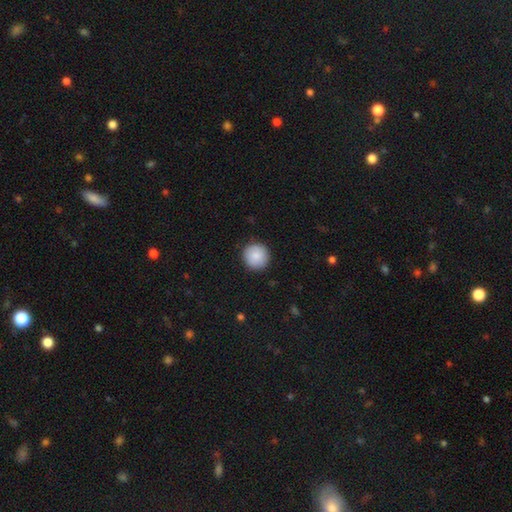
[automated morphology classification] A smooth galaxy with no disk features (87%) that is round (95%).

Vote fractions:
- Smooth or featured? smooth: 87% / star or artifact: 7% / featured or disk: 6%
- How rounded? round: 95% / in between: 4% / cigar-shaped: 1%
- Merging? none: 90% / minor disturbance: 7% / major disturbance: 2% / merger: 1%